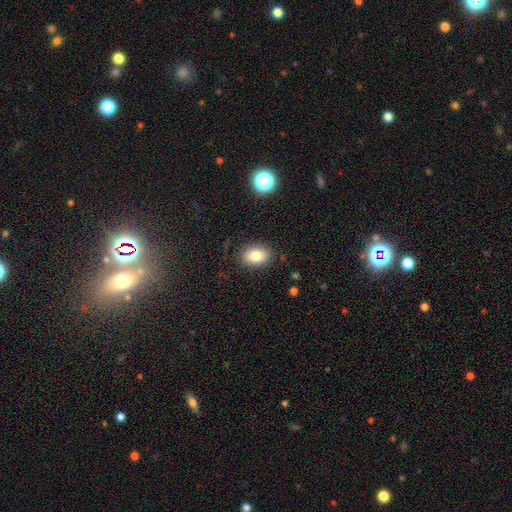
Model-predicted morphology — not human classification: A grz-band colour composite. It shows a smooth galaxy with no disk features (83%) that is in between round and cigar-shaped (79%). Merging: none (86%).